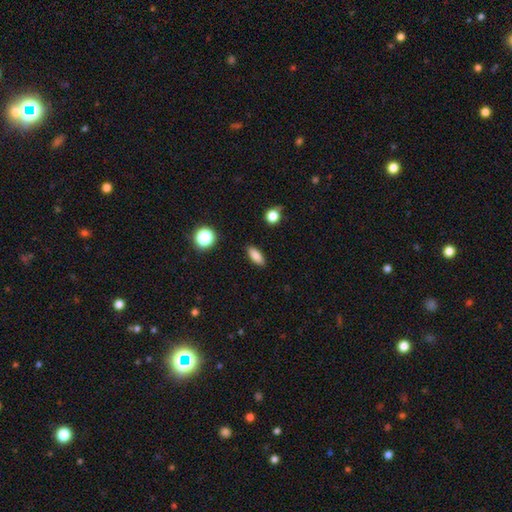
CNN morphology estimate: smooth-or-featured: smooth: 82% | star or artifact: 10% | featured or disk: 8%
  how-rounded: in between: 74% | cigar-shaped: 21% | round: 5%
  merging: none: 89% | minor disturbance: 8% | major disturbance: 2% | merger: 1%